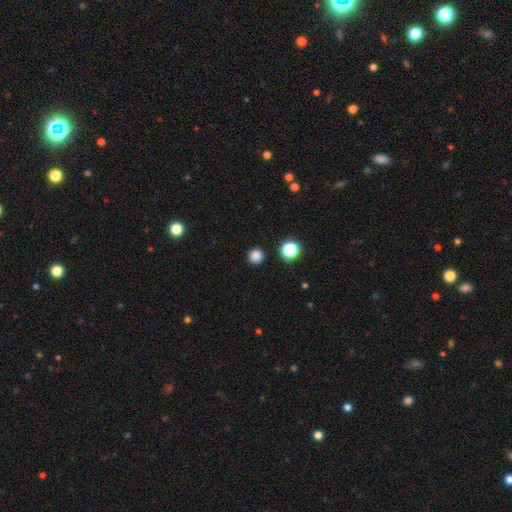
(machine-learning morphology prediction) Smooth or featured? smooth (83%)
How rounded? round (95%)
Merging? none (92%)